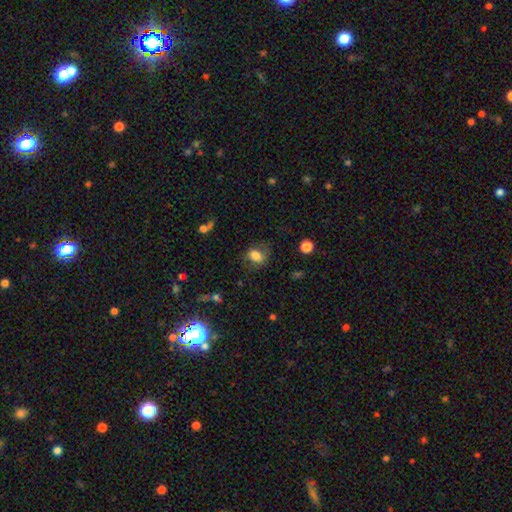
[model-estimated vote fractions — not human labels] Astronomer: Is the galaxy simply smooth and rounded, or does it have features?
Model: smooth — 75%.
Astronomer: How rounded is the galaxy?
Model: in between — 69%.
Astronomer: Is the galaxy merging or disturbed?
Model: none — 62%.